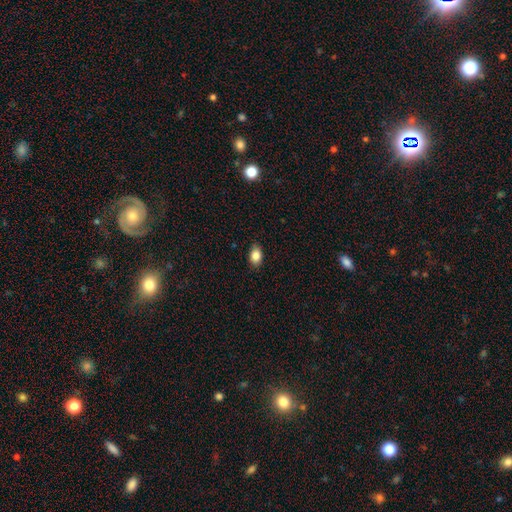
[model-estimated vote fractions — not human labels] Overall: smooth (86%). How rounded: in between (82%). Merging: none (85%).